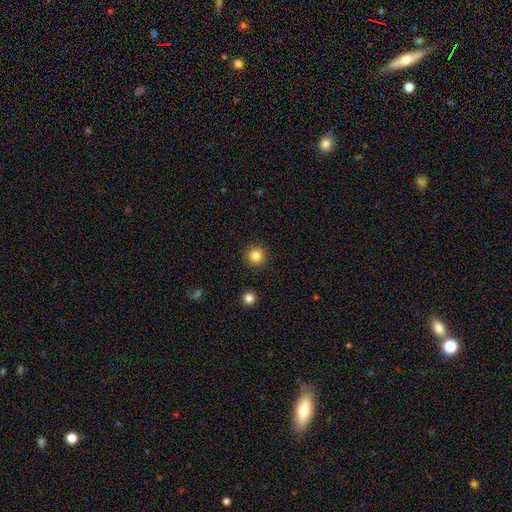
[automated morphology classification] Smooth or featured? Predicted: smooth (p=0.85). How rounded? Predicted: round (p=0.96). Merging? Predicted: none (p=0.92).